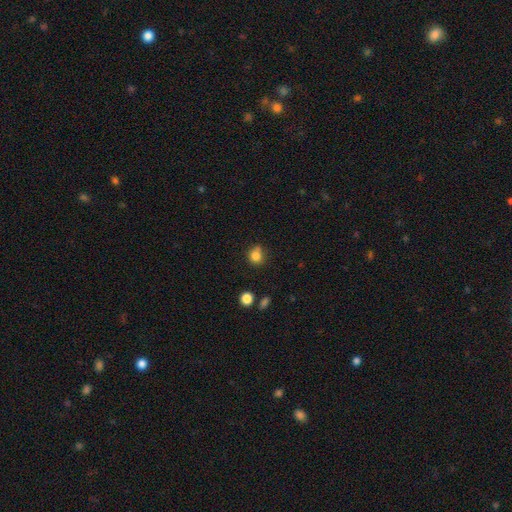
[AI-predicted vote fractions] Smooth or featured?
  - smooth: 81% *
  - star or artifact: 12%
  - featured or disk: 7%
How rounded?
  - round: 81% *
  - in between: 18%
  - cigar-shaped: 1%
Merging?
  - none: 64% *
  - minor disturbance: 21%
  - merger: 10%
  - major disturbance: 5%